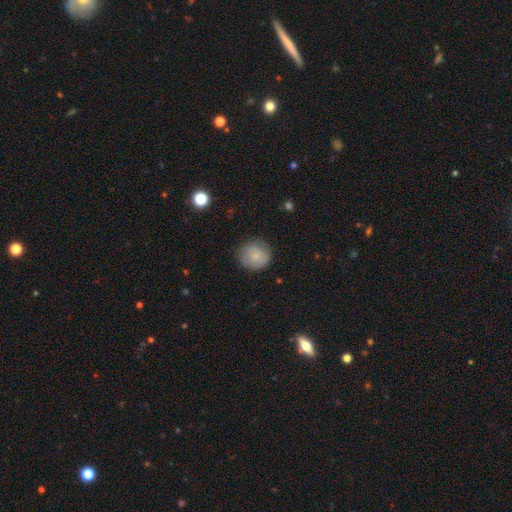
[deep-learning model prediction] smooth 70%, featured or disk 22%, star or artifact 7%. Down the decision tree: how rounded — round (91%); merging — none (79%).